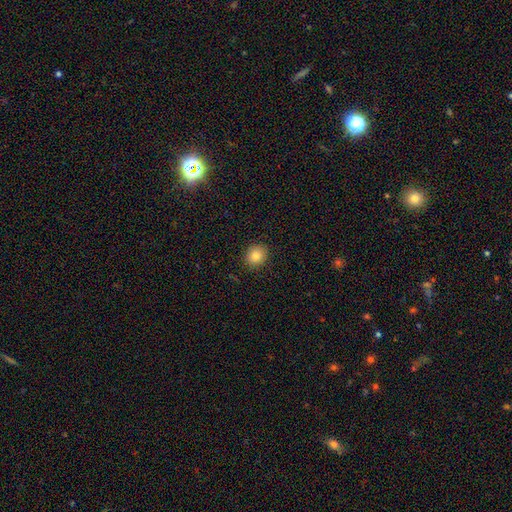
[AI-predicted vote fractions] Smooth or featured: smooth — 83% (star or artifact — 10%)
How rounded: round — 72% (in between — 27%)
Merging: none — 90% (minor disturbance — 7%)